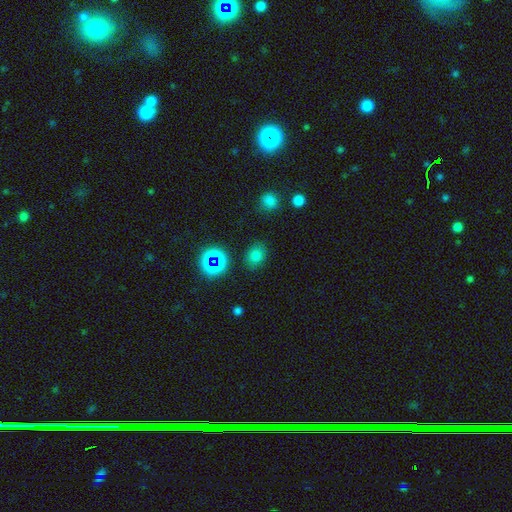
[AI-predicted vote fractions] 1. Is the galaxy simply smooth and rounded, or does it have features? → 73% smooth, 20% star or artifact, 7% featured or disk.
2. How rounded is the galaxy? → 52% in between, 47% round, 1% cigar-shaped.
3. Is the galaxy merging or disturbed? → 83% none, 11% minor disturbance, 4% major disturbance, 3% merger.